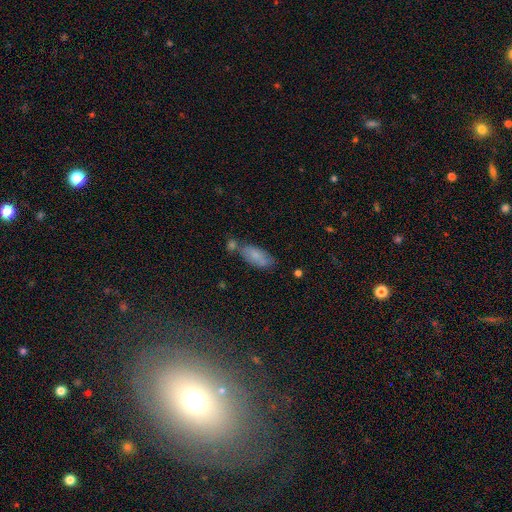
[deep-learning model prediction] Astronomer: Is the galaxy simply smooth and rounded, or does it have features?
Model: smooth — 73%.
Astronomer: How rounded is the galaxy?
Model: in between — 84%.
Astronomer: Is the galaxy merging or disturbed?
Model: none — 51%.